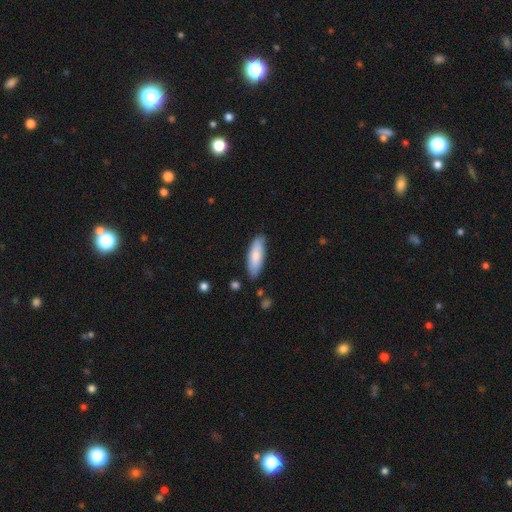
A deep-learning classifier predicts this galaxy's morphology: Smooth or featured: smooth — 82% (featured or disk — 13%)
How rounded: in between — 58% (cigar-shaped — 40%)
Merging: none — 83% (minor disturbance — 13%)